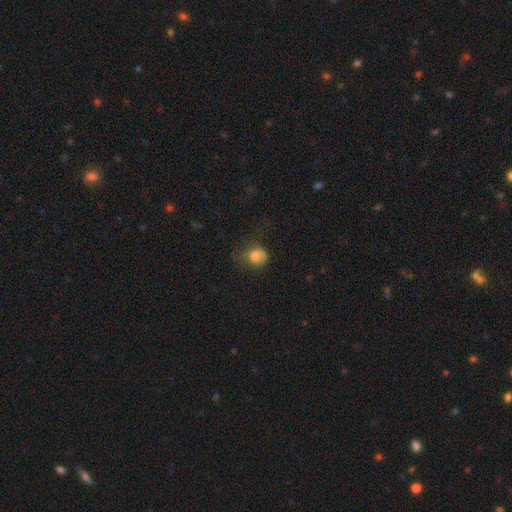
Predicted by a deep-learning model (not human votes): The model was most divided on "merging": none: 43%, minor disturbance: 29%, major disturbance: 26%, merger: 2%. More confident: smooth or featured — smooth (79%); how rounded — round (63%).